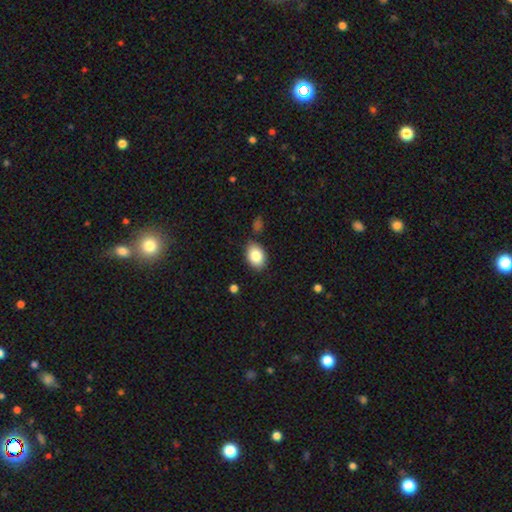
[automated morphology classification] The model was most divided on "how rounded": in between: 82%, round: 17%, cigar-shaped: 1%. More confident: smooth or featured — smooth (84%); merging — none (82%).